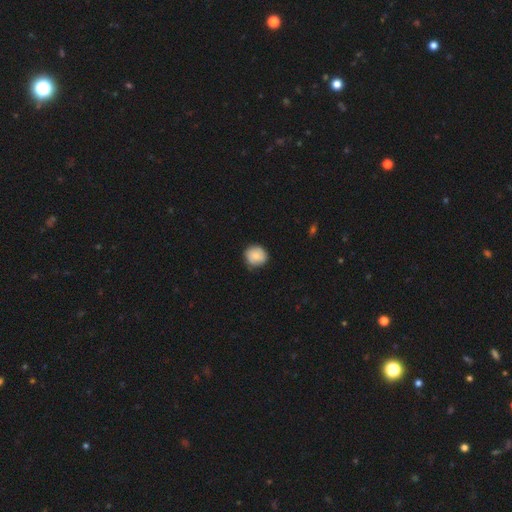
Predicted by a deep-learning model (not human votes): Overall: smooth (79%). How rounded: round (87%). Merging: none (75%).